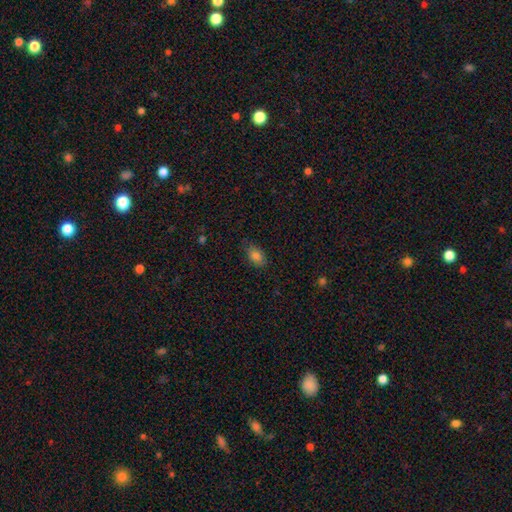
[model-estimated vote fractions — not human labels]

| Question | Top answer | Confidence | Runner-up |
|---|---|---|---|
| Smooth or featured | smooth | 82% | star or artifact (10%) |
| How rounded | in between | 87% | round (11%) |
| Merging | none | 79% | minor disturbance (17%) |